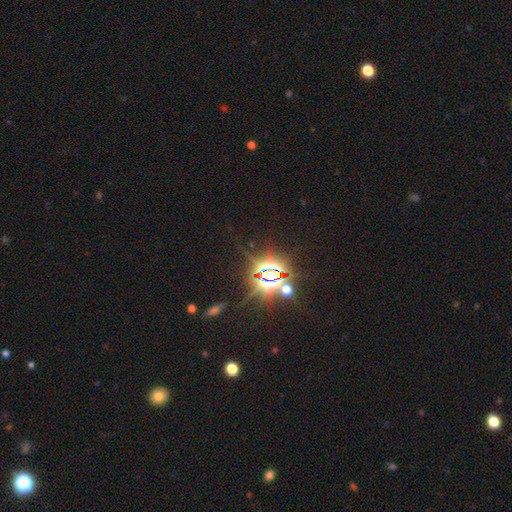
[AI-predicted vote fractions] Smooth or featured: star or artifact — 84% (smooth — 10%)